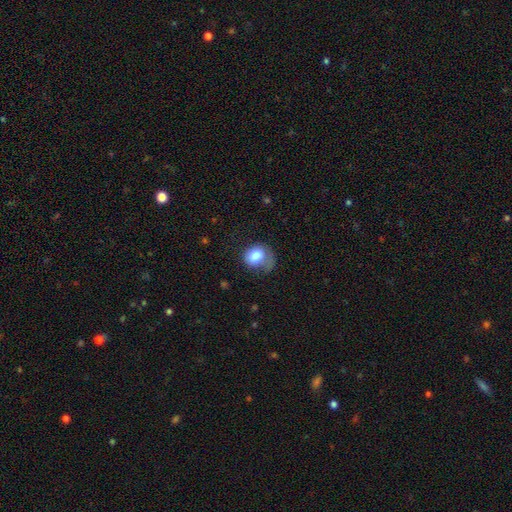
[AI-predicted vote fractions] Overall: smooth (78%). How rounded: round (53%; in between 46%). Merging: none (36%; major disturbance 31%).